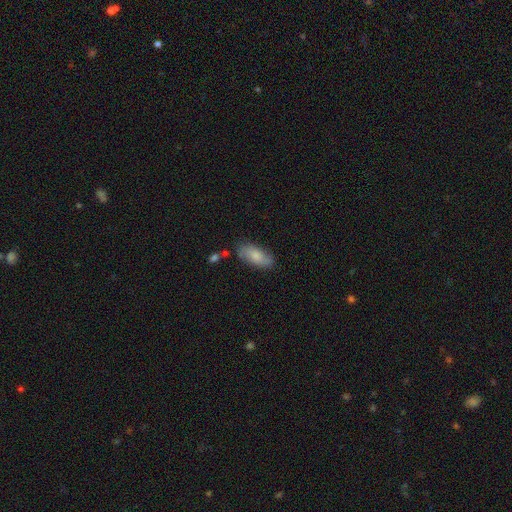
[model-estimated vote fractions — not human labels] Smooth or featured? smooth (73%)
How rounded? in between (85%)
Merging? none (74%)